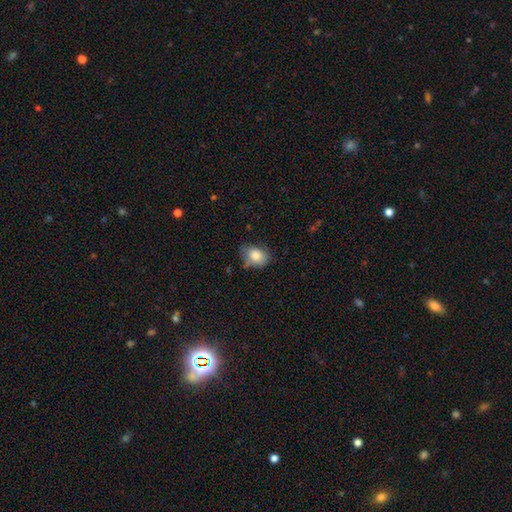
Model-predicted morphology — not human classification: Overall: smooth (83%). How rounded: in between (70%). Merging: none (61%; minor disturbance 29%).